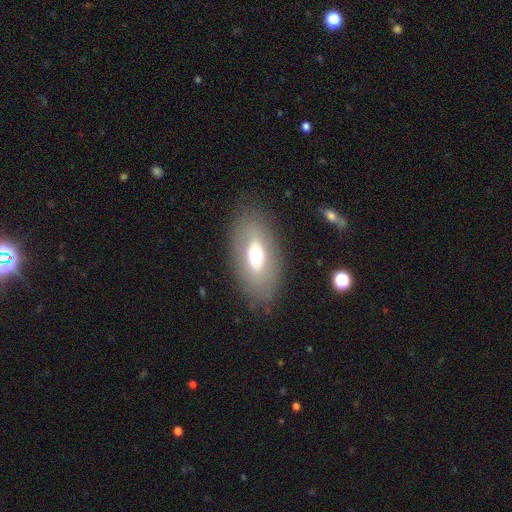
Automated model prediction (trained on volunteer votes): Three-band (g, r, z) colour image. It shows a smooth galaxy with no disk features (55%) that is in between round and cigar-shaped (88%). Merging: none (82%).